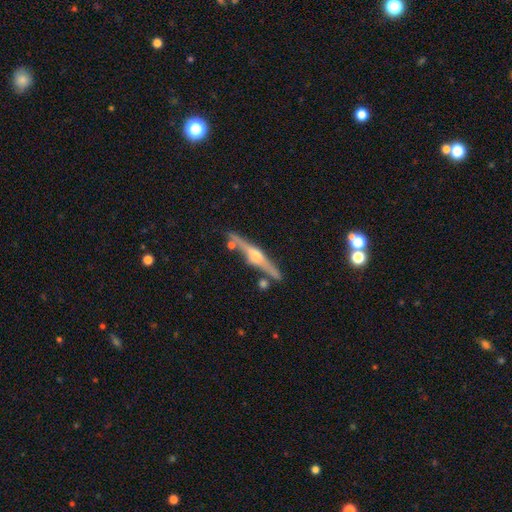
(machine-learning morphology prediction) A featured or disk galaxy (82%) viewed edge-on (98%) with a rounded central bulge (91%).

Vote fractions:
- Smooth or featured? featured or disk: 82% / smooth: 12% / star or artifact: 6%
- Edge-on disk? yes: 98% / no: 2%
- Edge-on bulge? rounded: 91% / boxy: 6% / none: 4%
- Merging? none: 82% / minor disturbance: 10% / merger: 6% / major disturbance: 2%